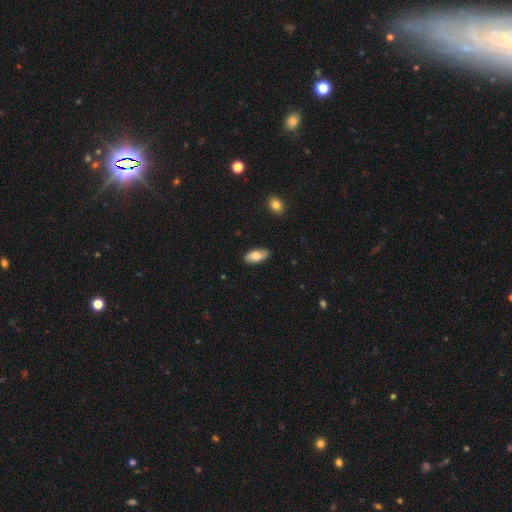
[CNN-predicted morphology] Smooth or featured?
  - smooth: 77% *
  - featured or disk: 17%
  - star or artifact: 6%
How rounded?
  - in between: 90% *
  - cigar-shaped: 7%
  - round: 3%
Merging?
  - none: 85% *
  - minor disturbance: 12%
  - major disturbance: 2%
  - merger: 1%